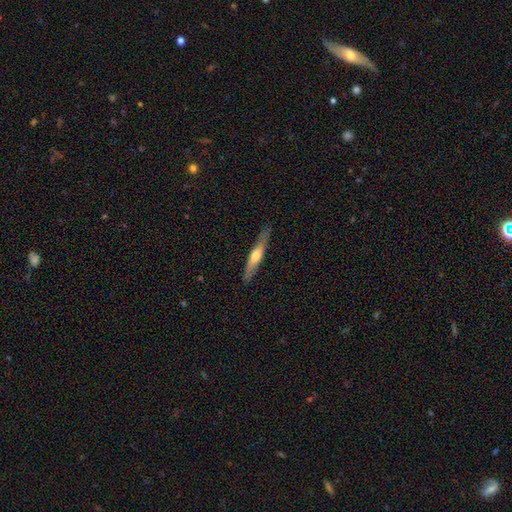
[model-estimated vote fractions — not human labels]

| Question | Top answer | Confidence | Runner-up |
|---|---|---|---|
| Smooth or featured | featured or disk | 51% | smooth (44%) |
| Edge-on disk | yes | 92% | no (8%) |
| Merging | none | 87% | minor disturbance (10%) |